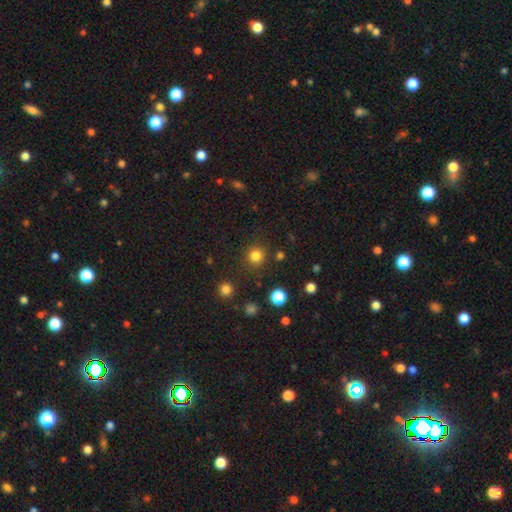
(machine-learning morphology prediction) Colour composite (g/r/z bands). It shows a smooth galaxy with no disk features (81%) that is round (93%). Merging: none (88%).